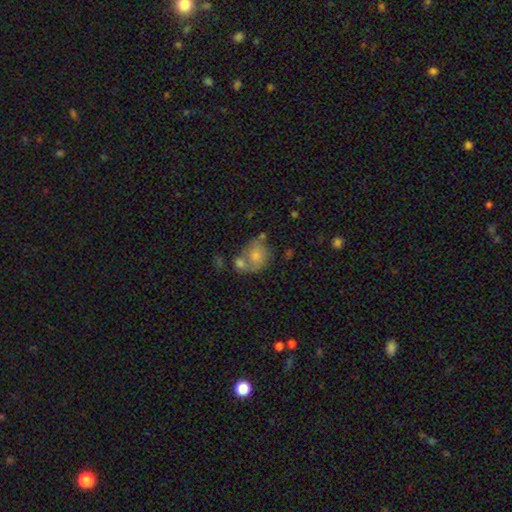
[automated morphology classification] smooth_or_featured: smooth (p=0.50) [alt: featured or disk p=0.37]
how_rounded: round (p=0.65) [alt: in between p=0.34]
merging: none (p=0.43) [alt: merger p=0.32]